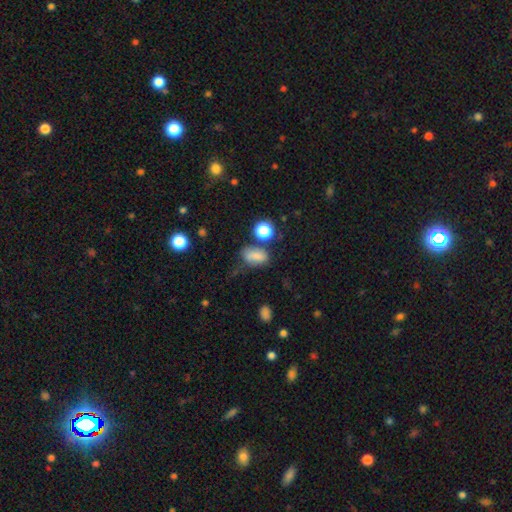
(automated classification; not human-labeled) smooth_or_featured: smooth (p=0.73) [alt: star or artifact p=0.14]
how_rounded: in between (p=0.80) [alt: round p=0.18]
merging: none (p=0.49) [alt: minor disturbance p=0.25]